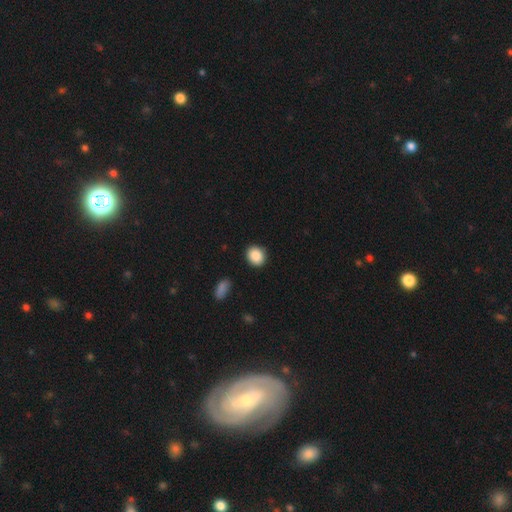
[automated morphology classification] A smooth galaxy with no disk features (89%) that is round (65%).

Vote fractions:
- Smooth or featured? smooth: 89% / star or artifact: 8% / featured or disk: 4%
- How rounded? round: 65% / in between: 34% / cigar-shaped: 1%
- Merging? none: 89% / minor disturbance: 7% / major disturbance: 2% / merger: 2%